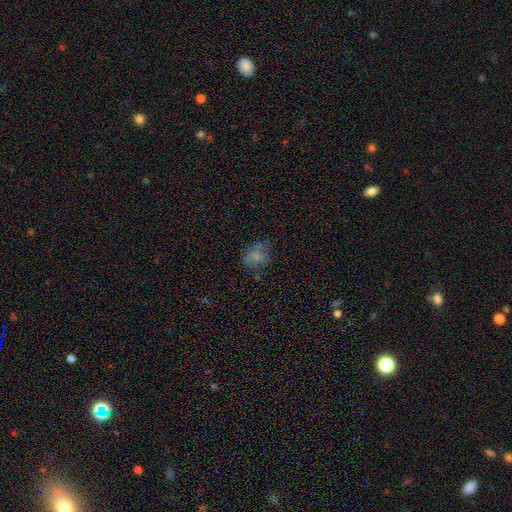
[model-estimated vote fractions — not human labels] smooth 62%, featured or disk 22%, star or artifact 16%. Down the decision tree: how rounded — in between (59%); merging — none (48%).